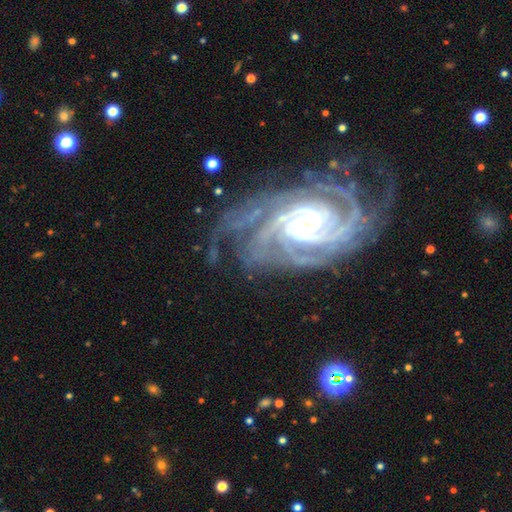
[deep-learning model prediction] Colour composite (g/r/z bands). It shows a featured or disk galaxy (91%) with no bar (46%), 4 (26%) tight (76%) spiral arms (99%) and a small central bulge (72%). Merging: none (65%).